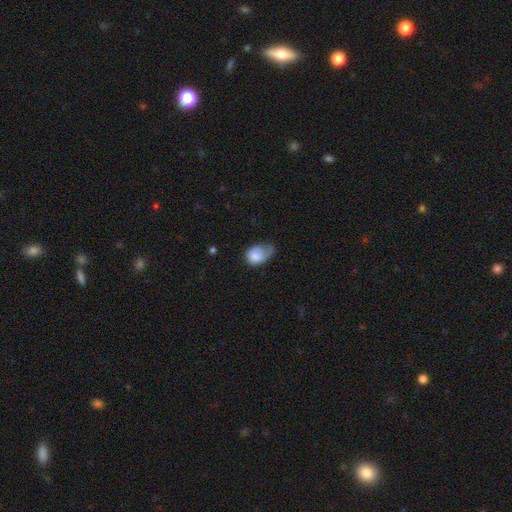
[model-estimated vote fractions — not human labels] smooth-or-featured: smooth: 76% | featured or disk: 17% | star or artifact: 7%
  how-rounded: in between: 75% | round: 24% | cigar-shaped: 1%
  merging: minor disturbance: 38% | major disturbance: 34% | none: 23% | merger: 4%